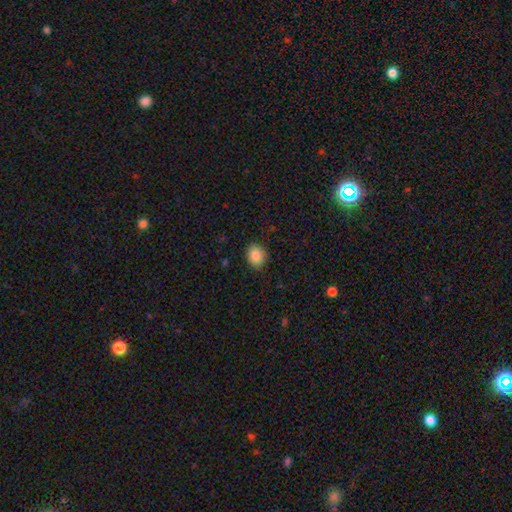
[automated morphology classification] A smooth galaxy with no disk features (86%) that is round (55%).

Vote fractions:
- Smooth or featured? smooth: 86% / star or artifact: 9% / featured or disk: 5%
- How rounded? round: 55% / in between: 44% / cigar-shaped: 1%
- Merging? none: 87% / minor disturbance: 10% / major disturbance: 2% / merger: 1%